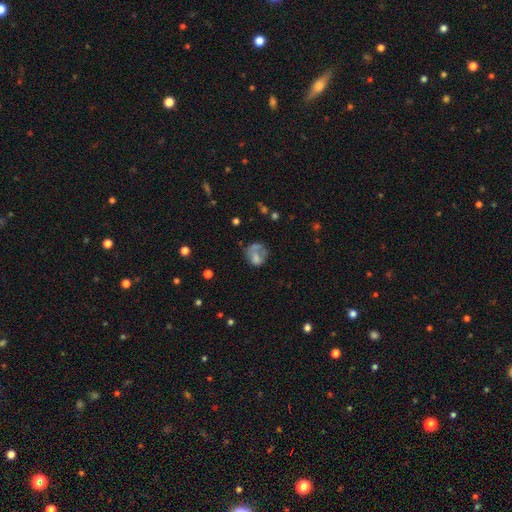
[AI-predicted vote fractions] A smooth galaxy with no disk features (57%) that is round (58%). Merging: none (34%).